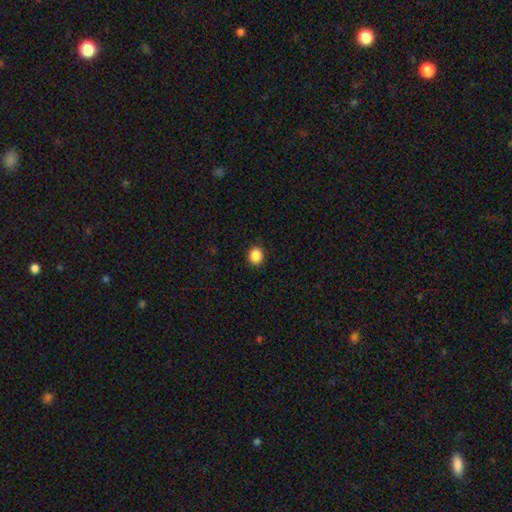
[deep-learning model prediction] Smooth or featured? smooth (88%)
How rounded? round (72%)
Merging? none (89%)